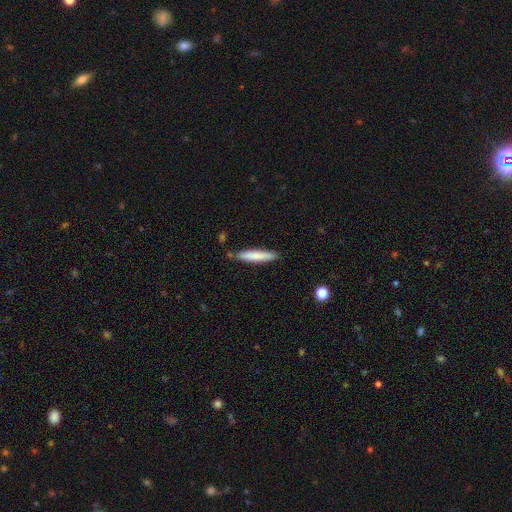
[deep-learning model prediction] A smooth galaxy with no disk features (77%) that is cigar-shaped (90%). Merging: none (82%).